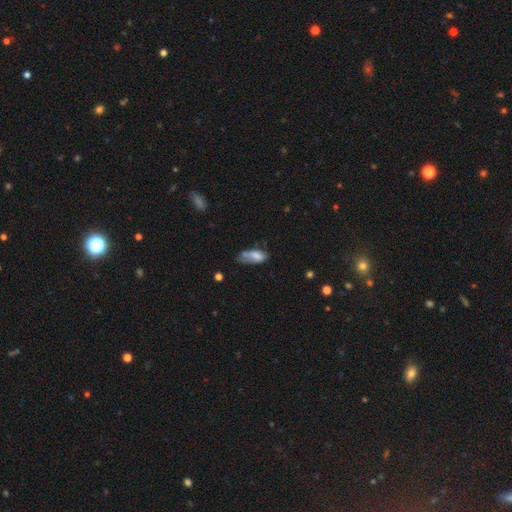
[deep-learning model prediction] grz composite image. It shows a smooth galaxy with no disk features (70%) that is in between round and cigar-shaped (82%). Merging: minor disturbance (35%).